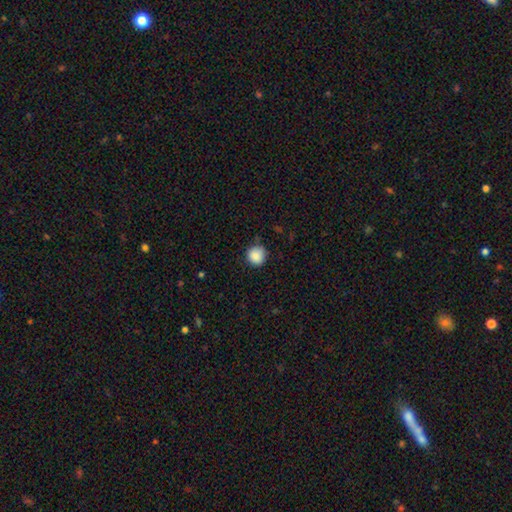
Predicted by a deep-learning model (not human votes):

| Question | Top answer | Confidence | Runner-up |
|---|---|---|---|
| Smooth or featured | smooth | 87% | star or artifact (9%) |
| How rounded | round | 92% | in between (7%) |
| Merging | none | 80% | minor disturbance (16%) |